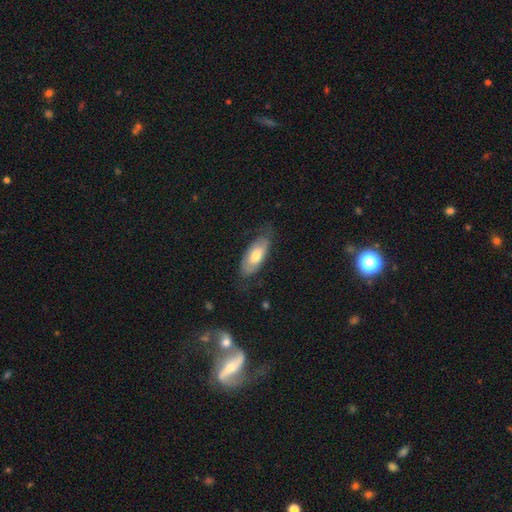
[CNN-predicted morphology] Smooth or featured? smooth (62%)
How rounded? in between (83%)
Merging? none (70%)